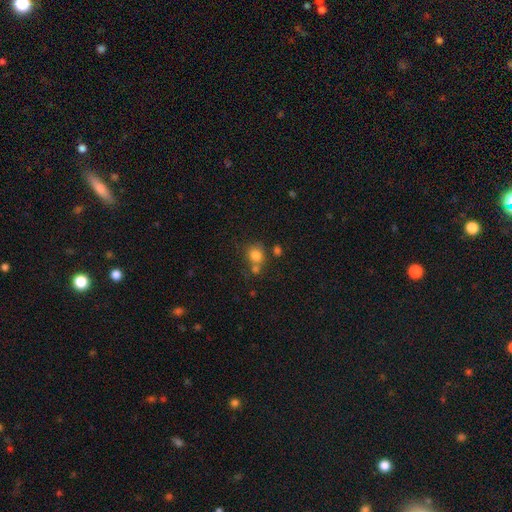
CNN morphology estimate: smooth_or_featured: smooth (p=0.79) [alt: star or artifact p=0.13]
how_rounded: round (p=0.75) [alt: in between p=0.24]
merging: none (p=0.54) [alt: merger p=0.28]